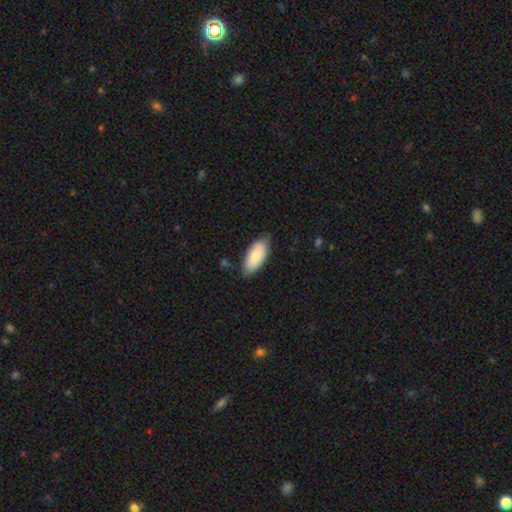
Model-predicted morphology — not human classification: The model was most divided on "merging": none: 76%, minor disturbance: 19%, major disturbance: 3%, merger: 1%. More confident: how rounded — in between (92%); smooth or featured — smooth (78%).